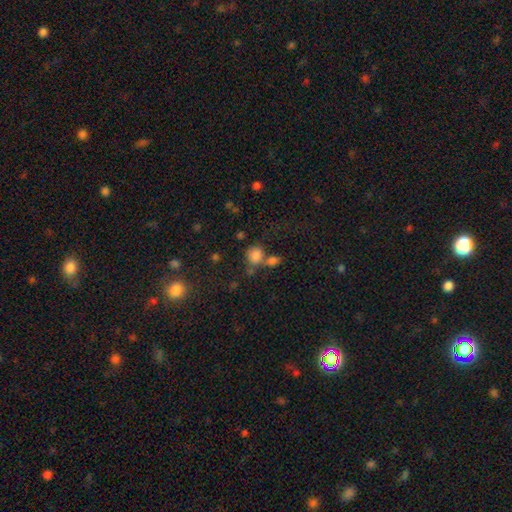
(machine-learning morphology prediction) Smooth or featured? smooth (81%)
How rounded? round (65%)
Merging? none (44%)